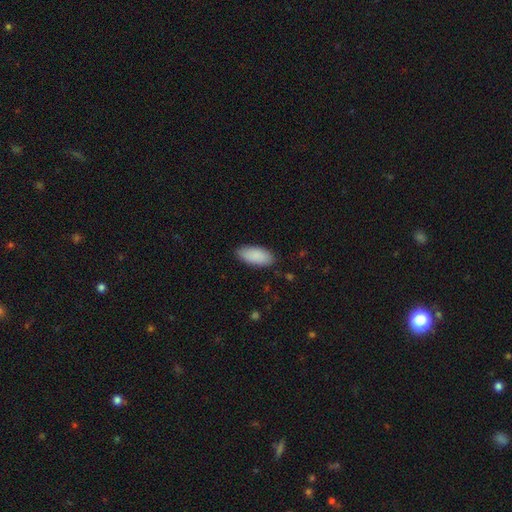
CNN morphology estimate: This is clearly a smooth galaxy (90%). How rounded: clearly in between (91%). Merging: clearly none (85%).